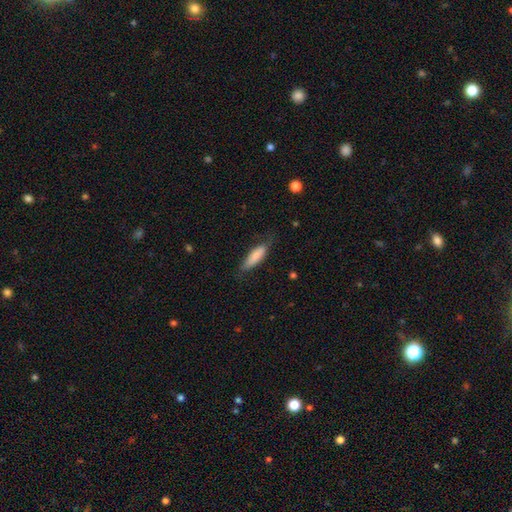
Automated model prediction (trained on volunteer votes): smooth_or_featured: smooth (p=0.83) [alt: featured or disk p=0.12]
how_rounded: cigar-shaped (p=0.59) [alt: in between p=0.39]
merging: none (p=0.69) [alt: minor disturbance p=0.23]